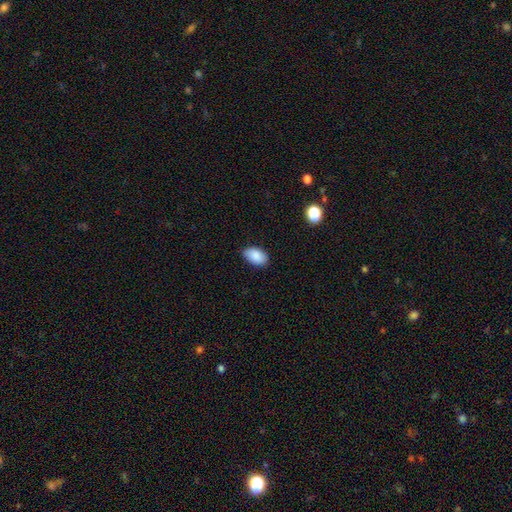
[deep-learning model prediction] Smooth or featured?
  - smooth: 88% *
  - star or artifact: 7%
  - featured or disk: 5%
How rounded?
  - in between: 93% *
  - round: 6%
  - cigar-shaped: 1%
Merging?
  - none: 82% *
  - minor disturbance: 15%
  - major disturbance: 2%
  - merger: 1%